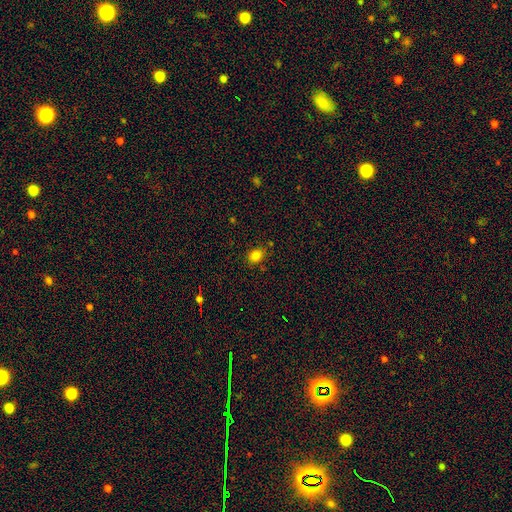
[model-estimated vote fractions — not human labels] Smooth or featured?
  - smooth: 82% *
  - star or artifact: 13%
  - featured or disk: 5%
How rounded?
  - round: 57% *
  - in between: 43%
  - cigar-shaped: 1%
Merging?
  - none: 81% *
  - minor disturbance: 12%
  - merger: 3%
  - major disturbance: 3%